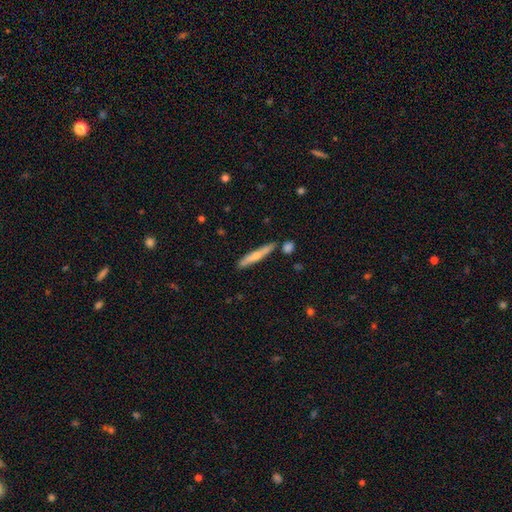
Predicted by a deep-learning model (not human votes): This is possibly a smooth galaxy (56%). How rounded: clearly cigar-shaped (92%). Merging: likely none (80%).